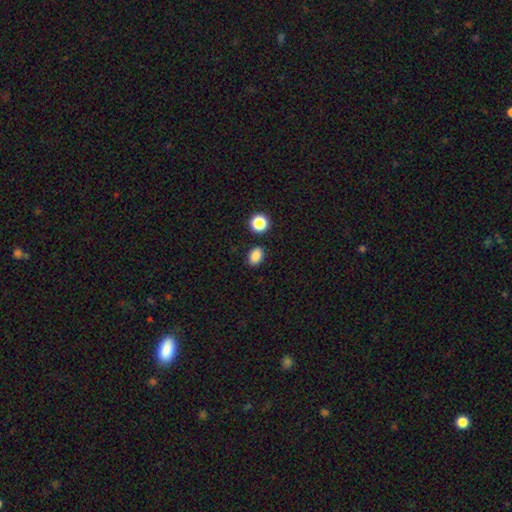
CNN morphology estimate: Overall: smooth (85%). How rounded: in between (74%). Merging: none (85%).